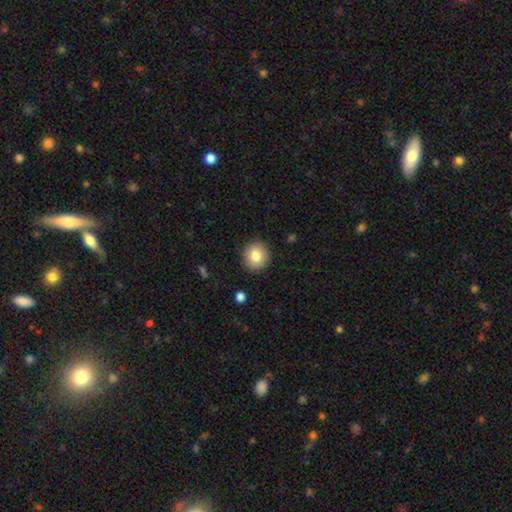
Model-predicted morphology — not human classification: Smooth or featured? smooth (83%)
How rounded? round (89%)
Merging? none (91%)